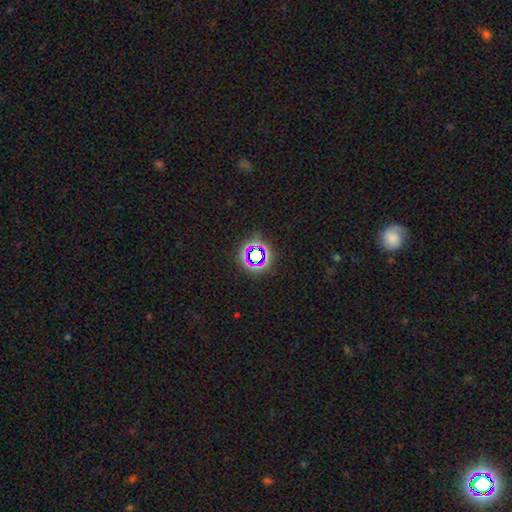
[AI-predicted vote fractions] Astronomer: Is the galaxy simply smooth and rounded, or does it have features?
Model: star or artifact — 65%.